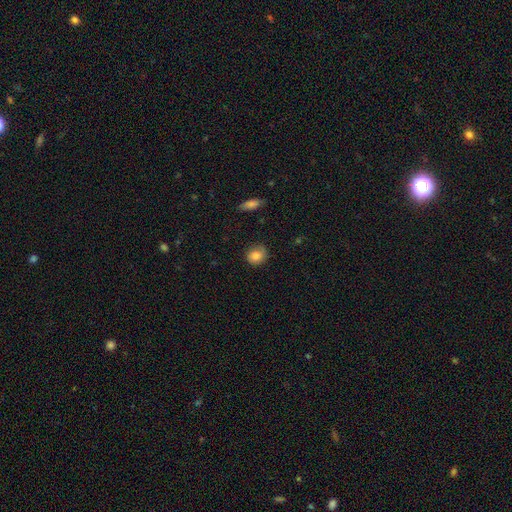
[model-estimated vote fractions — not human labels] This appears to be a smooth galaxy with no disk features (83%) that is round (80%). Merging: none (74%).